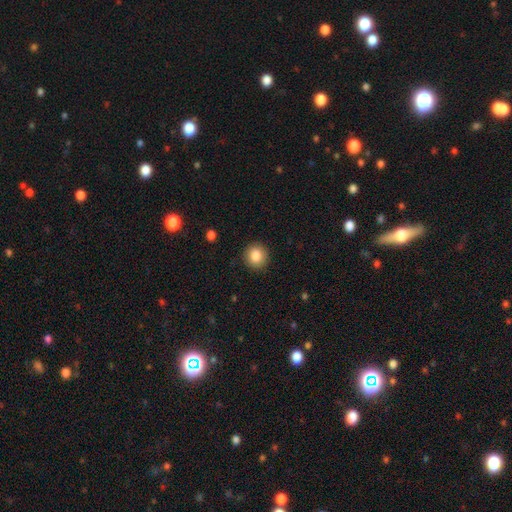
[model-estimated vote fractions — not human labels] smooth-or-featured: smooth: 85% | star or artifact: 9% | featured or disk: 6%
  how-rounded: round: 90% | in between: 9% | cigar-shaped: 1%
  merging: none: 91% | minor disturbance: 6% | major disturbance: 2% | merger: 1%